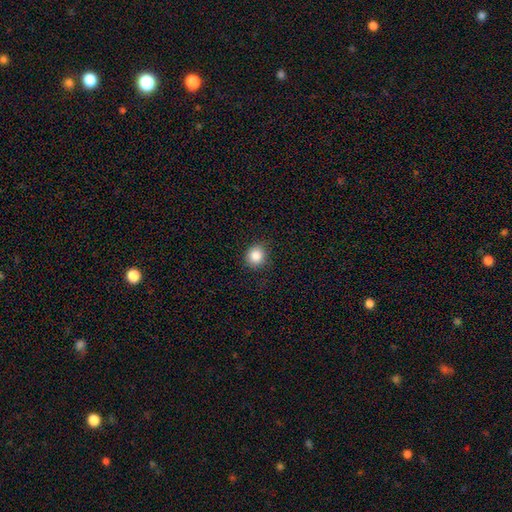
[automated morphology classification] Q: Smooth or featured?
A: smooth (85%); runner-up: star or artifact (10%)
Q: How rounded?
A: round (85%); runner-up: in between (14%)
Q: Merging?
A: none (84%); runner-up: minor disturbance (12%)